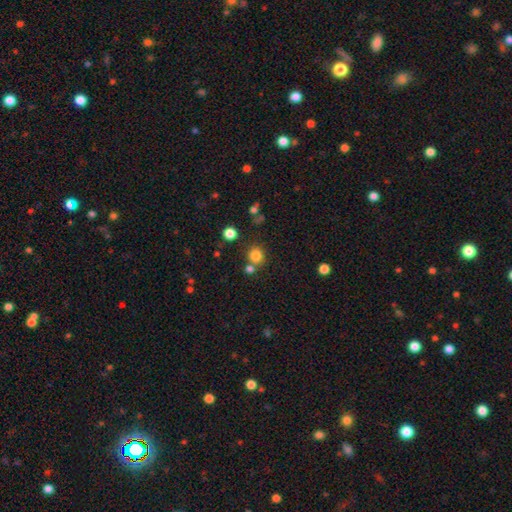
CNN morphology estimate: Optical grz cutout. It shows a smooth galaxy with no disk features (81%) that is round (85%). Merging: none (70%).